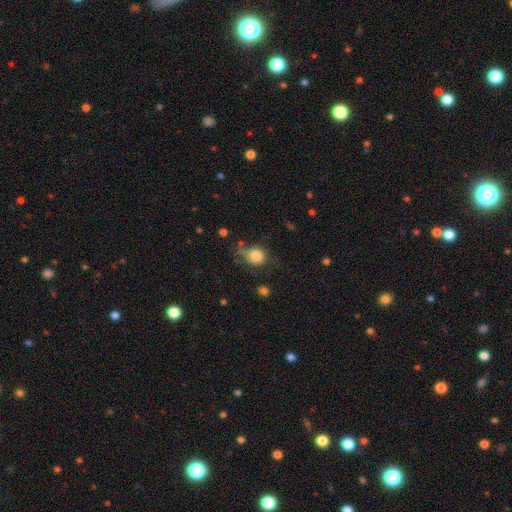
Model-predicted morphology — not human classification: A smooth galaxy with no disk features (80%) that is round (69%). Merging: none (54%).